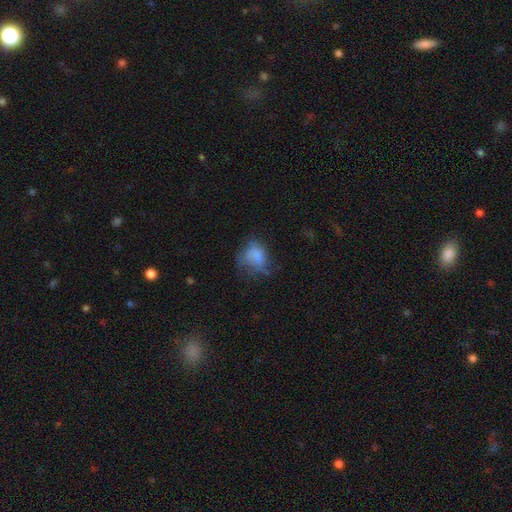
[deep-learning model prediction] Smooth or featured? Predicted: smooth (p=0.65). How rounded? Predicted: in between (p=0.56). Merging? Predicted: none (p=0.38).